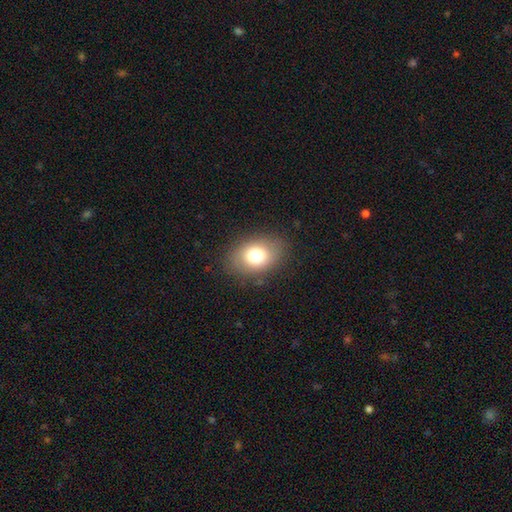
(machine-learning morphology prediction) The model was most divided on "how rounded": in between: 70%, round: 29%, cigar-shaped: 1%. More confident: merging — none (83%); smooth or featured — smooth (74%).